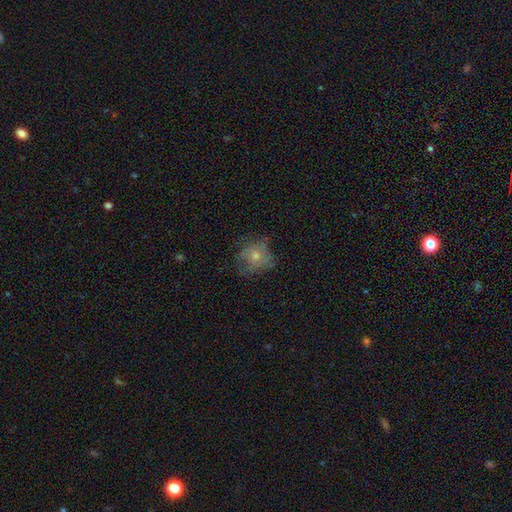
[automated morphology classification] Overall: smooth (46%; featured or disk 38%). Merging: none (65%).